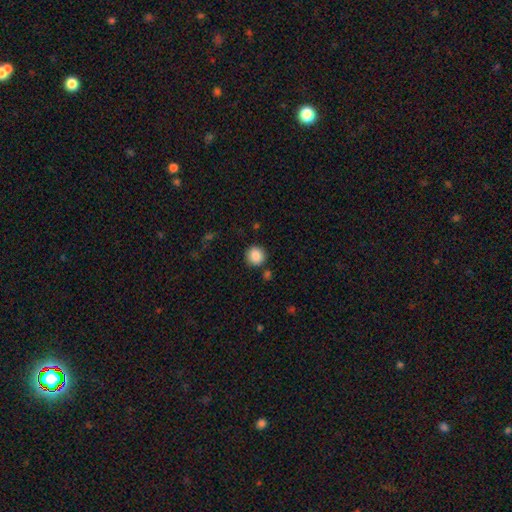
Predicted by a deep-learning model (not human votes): A smooth galaxy with no disk features (87%) that is round (92%). Merging: none (86%).